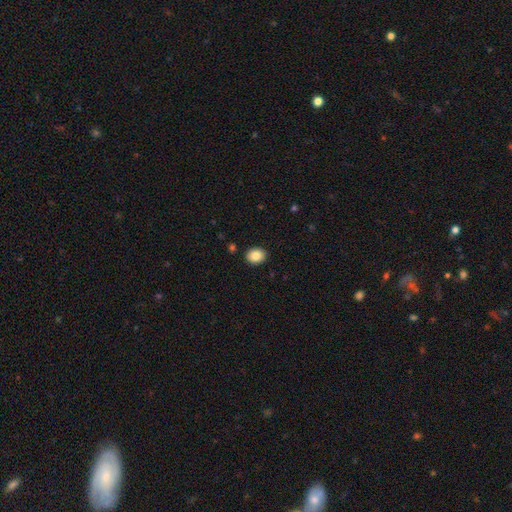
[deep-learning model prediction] Q: Smooth or featured?
A: smooth (85%); runner-up: star or artifact (8%)
Q: How rounded?
A: in between (51%); runner-up: round (48%)
Q: Merging?
A: none (91%); runner-up: minor disturbance (6%)